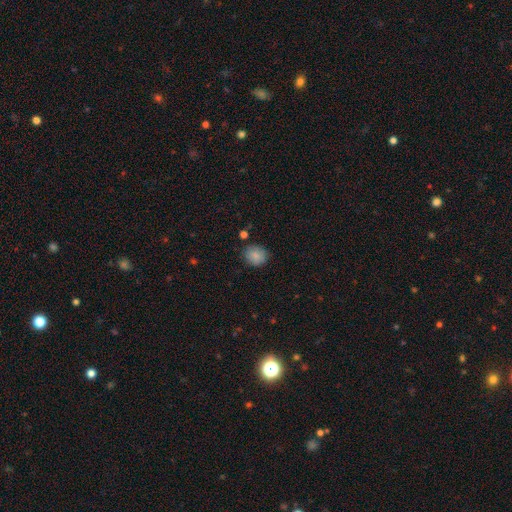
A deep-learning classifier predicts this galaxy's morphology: Smooth or featured: smooth — 86% (star or artifact — 9%)
How rounded: round — 68% (in between — 31%)
Merging: none — 80% (minor disturbance — 14%)